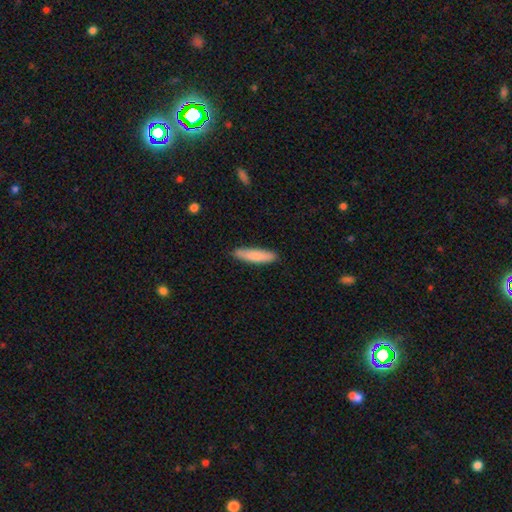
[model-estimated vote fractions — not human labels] Smooth or featured? Predicted: smooth (p=0.82). How rounded? Predicted: cigar-shaped (p=0.78). Merging? Predicted: none (p=0.86).